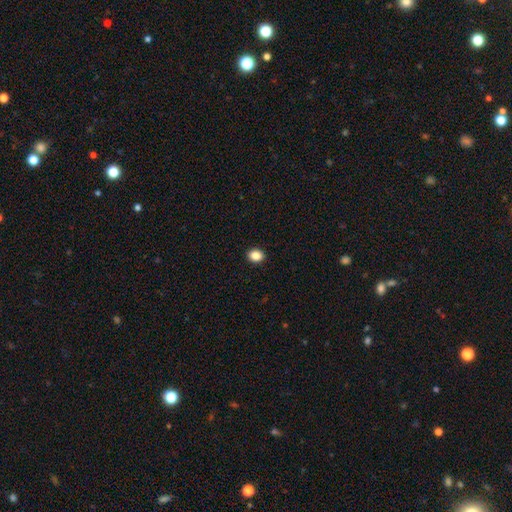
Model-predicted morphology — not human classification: A smooth galaxy with no disk features (87%) that is round (52%). Merging: none (92%).